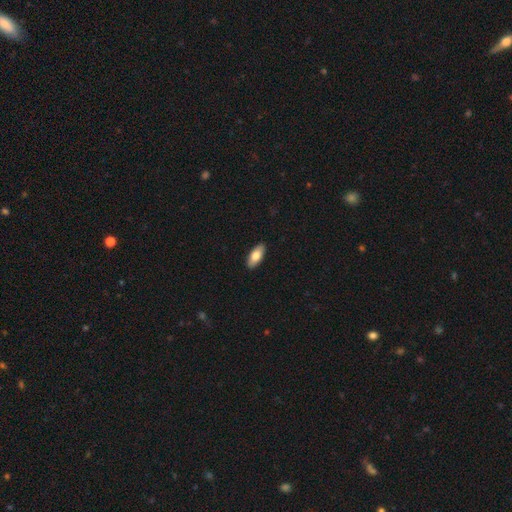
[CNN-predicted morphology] type=smooth (79%); roundness=in between (86%); merging=none (90%).